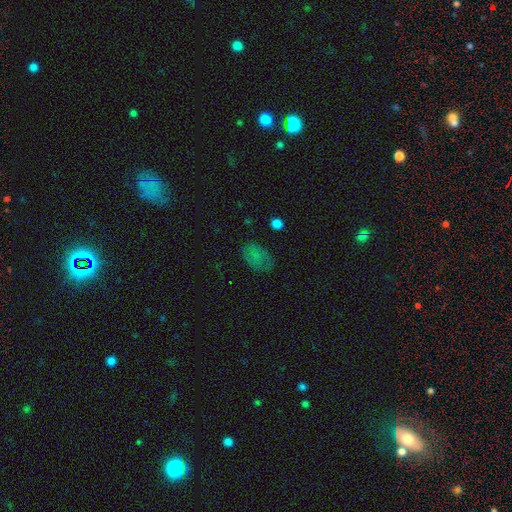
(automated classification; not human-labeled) Smooth or featured: smooth — 66% (star or artifact — 18%)
How rounded: in between — 85% (round — 14%)
Merging: none — 66% (minor disturbance — 23%)